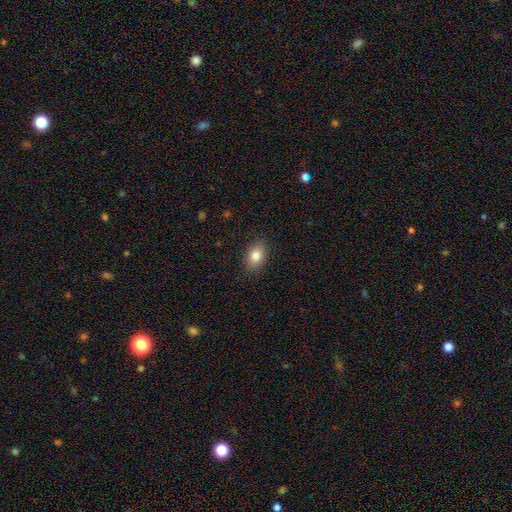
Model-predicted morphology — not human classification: smooth_or_featured: smooth (p=0.83) [alt: star or artifact p=0.09]
how_rounded: in between (p=0.82) [alt: round p=0.16]
merging: none (p=0.87) [alt: minor disturbance p=0.09]